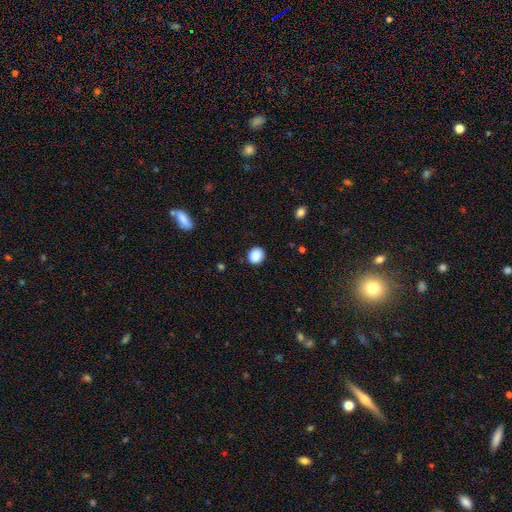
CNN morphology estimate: Q: Smooth or featured?
A: smooth (89%); runner-up: star or artifact (9%)
Q: How rounded?
A: round (79%); runner-up: in between (20%)
Q: Merging?
A: none (89%); runner-up: minor disturbance (7%)